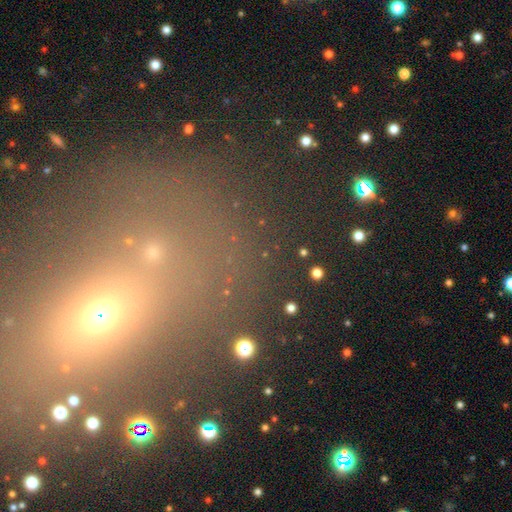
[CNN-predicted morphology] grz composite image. It shows a star or artifact, not a galaxy (56%).